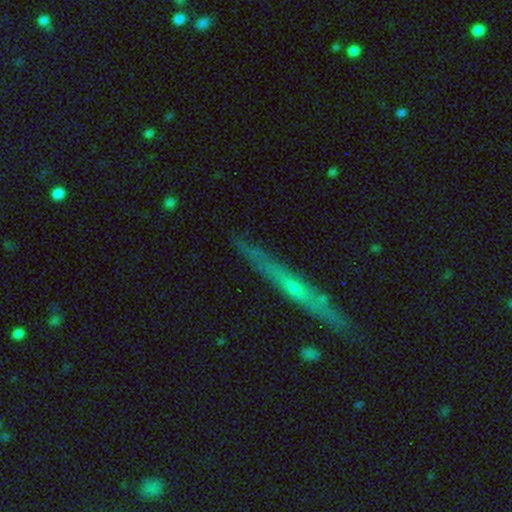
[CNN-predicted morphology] featured or disk 64%, smooth 28%, star or artifact 7%. Down the decision tree: edge-on disk — yes (95%); edge-on bulge — none (53%); merging — none (87%).